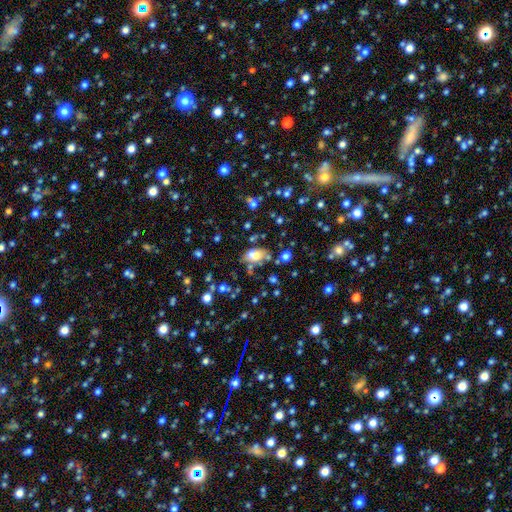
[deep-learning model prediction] Smooth or featured: smooth — 64% (featured or disk — 23%)
How rounded: in between — 87% (round — 11%)
Merging: none — 47% (minor disturbance — 23%)